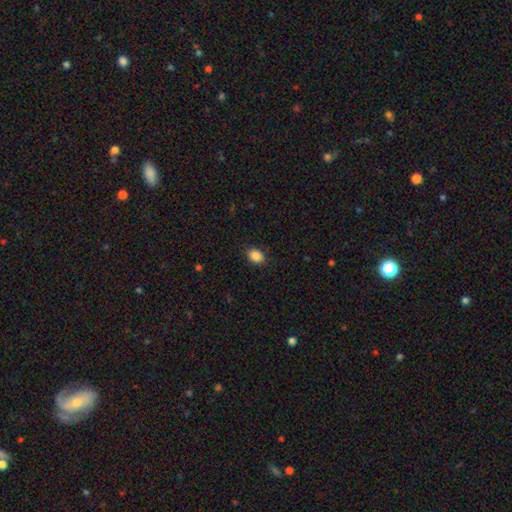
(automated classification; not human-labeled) smooth 87%, star or artifact 9%, featured or disk 4%. Down the decision tree: how rounded — in between (72%); merging — none (88%).